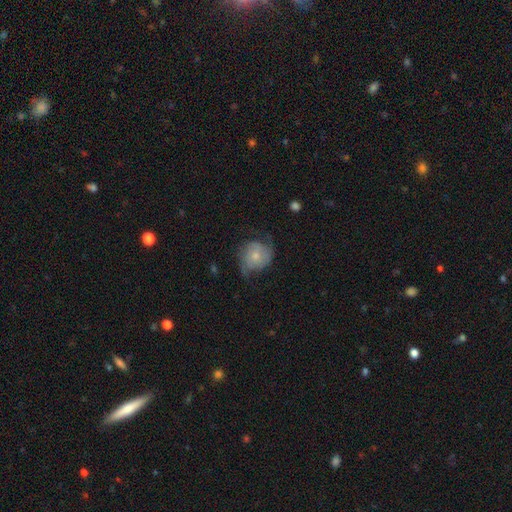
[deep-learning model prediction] A featured or disk galaxy (52%) with no bar (80%), spiral arms (83%) and a small central bulge (56%).

Vote fractions:
- Smooth or featured? featured or disk: 52% / smooth: 40% / star or artifact: 7%
- Edge-on disk? no: 97% / yes: 3%
- Bar? no: 80% / weak: 17% / strong: 3%
- Spiral arms? yes: 83% / no: 17%
- Bulge size? small: 56% / moderate: 36% / none: 4% / large: 3% / dominant: 1%
- Merging? none: 52% / minor disturbance: 29% / major disturbance: 17% / merger: 2%